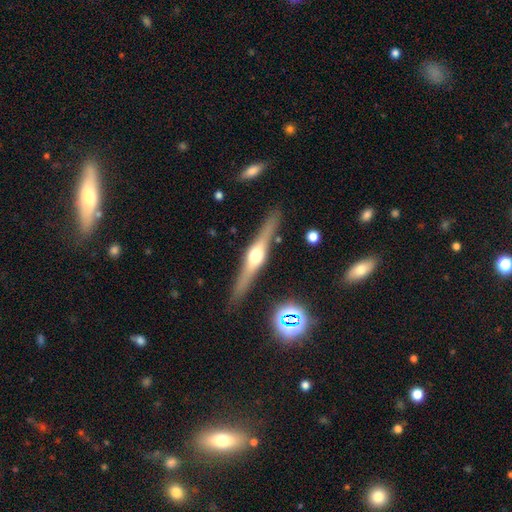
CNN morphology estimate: smooth-or-featured: featured or disk: 77% | smooth: 17% | star or artifact: 6%
  disk-edge-on: yes: 97% | no: 3%
    edge-on-bulge: rounded: 94% | boxy: 4% | none: 2%
  merging: none: 86% | minor disturbance: 9% | merger: 2% | major disturbance: 2%